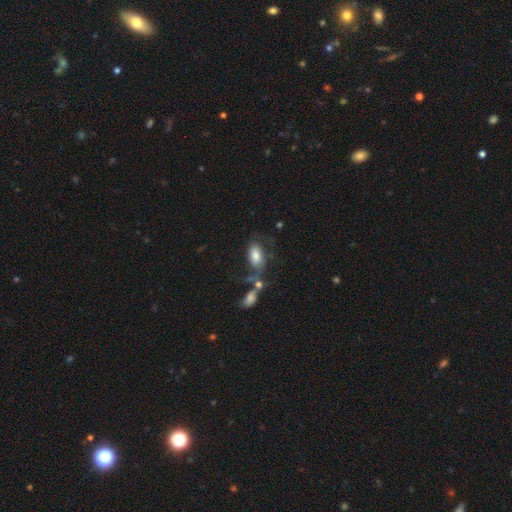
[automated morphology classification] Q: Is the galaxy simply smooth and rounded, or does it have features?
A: smooth — 71%.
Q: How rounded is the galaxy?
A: in between — 92%.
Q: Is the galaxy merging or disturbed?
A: none — 38%.